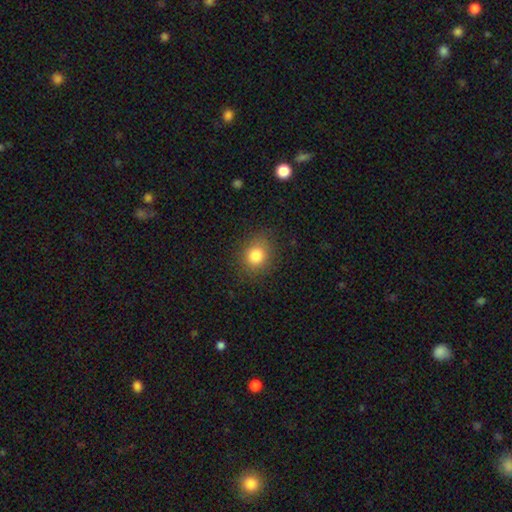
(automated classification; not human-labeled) This is clearly a smooth galaxy (82%). How rounded: likely round (69%). Merging: clearly none (85%).